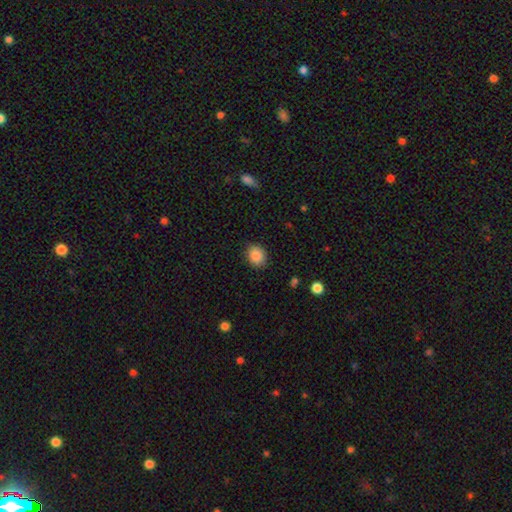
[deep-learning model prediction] A smooth galaxy with no disk features (86%) that is round (51%). Merging: none (87%).